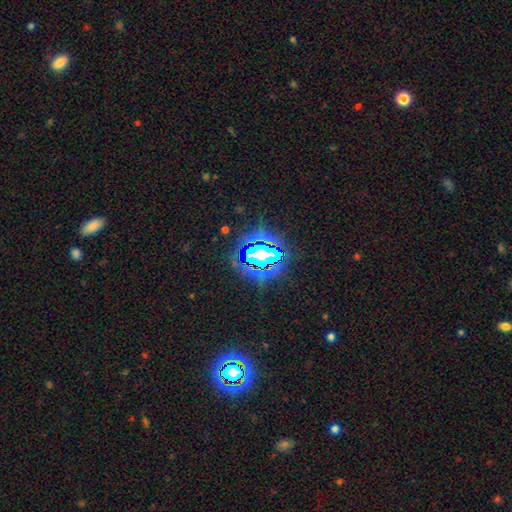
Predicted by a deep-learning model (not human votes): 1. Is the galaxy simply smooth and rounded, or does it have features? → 67% star or artifact, 19% smooth, 14% featured or disk.